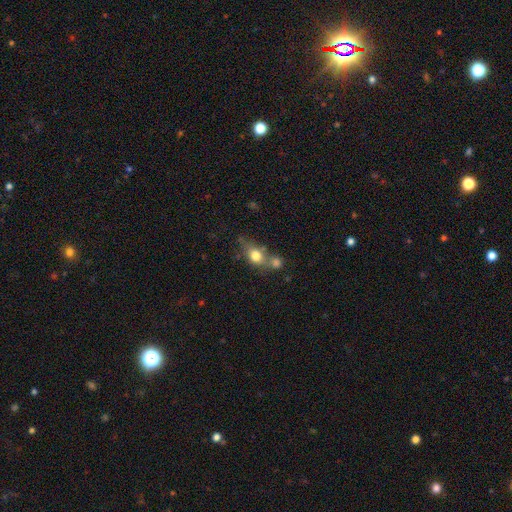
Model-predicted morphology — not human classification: smooth-or-featured: smooth: 75% | featured or disk: 16% | star or artifact: 10%
  how-rounded: in between: 53% | round: 42% | cigar-shaped: 6%
  merging: merger: 43% | none: 36% | minor disturbance: 14% | major disturbance: 8%